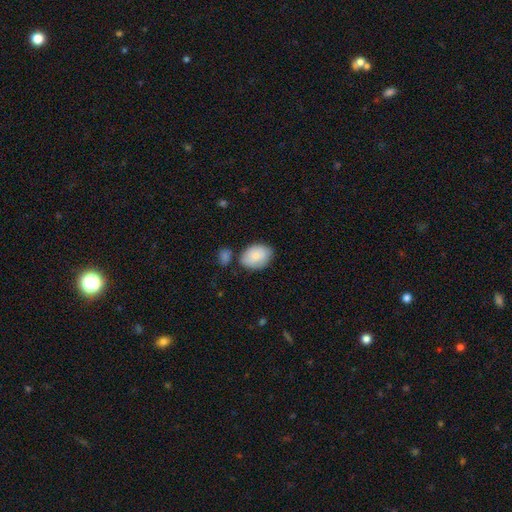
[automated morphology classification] smooth 80%, featured or disk 13%, star or artifact 6%. Down the decision tree: how rounded — in between (80%); merging — none (63%).